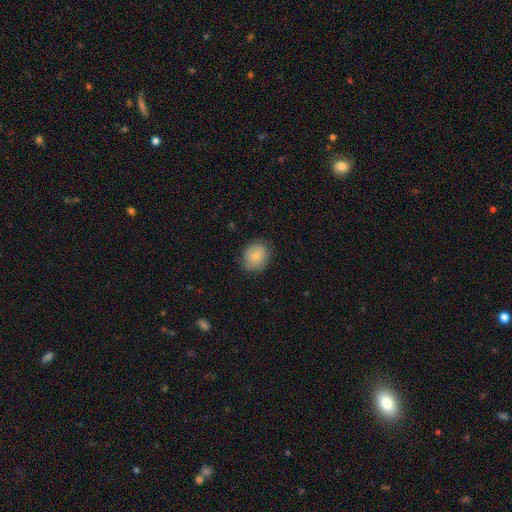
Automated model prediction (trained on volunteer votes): A smooth galaxy with no disk features (81%) that is round (61%).

Vote fractions:
- Smooth or featured? smooth: 81% / featured or disk: 12% / star or artifact: 7%
- How rounded? round: 61% / in between: 38% / cigar-shaped: 1%
- Merging? none: 82% / minor disturbance: 13% / major disturbance: 3% / merger: 1%